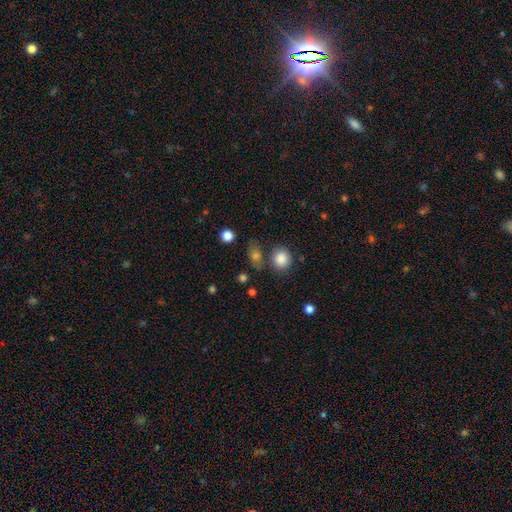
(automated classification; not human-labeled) smooth_or_featured: smooth (p=0.75) [alt: star or artifact p=0.16]
how_rounded: round (p=0.50) [alt: in between p=0.47]
merging: none (p=0.67) [alt: minor disturbance p=0.14]